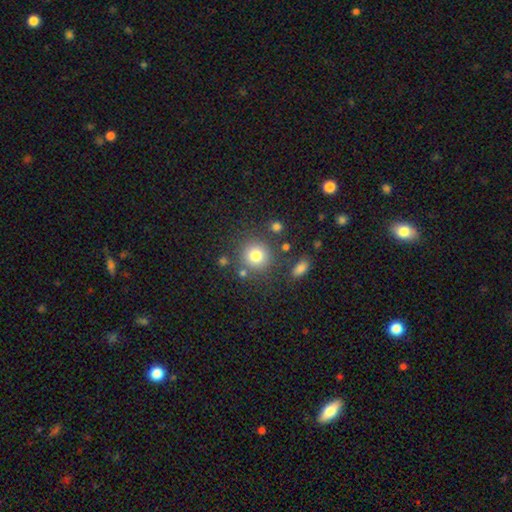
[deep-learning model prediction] The model was most divided on "merging": none: 78%, minor disturbance: 10%, merger: 7%, major disturbance: 4%. More confident: how rounded — round (90%); smooth or featured — smooth (80%).